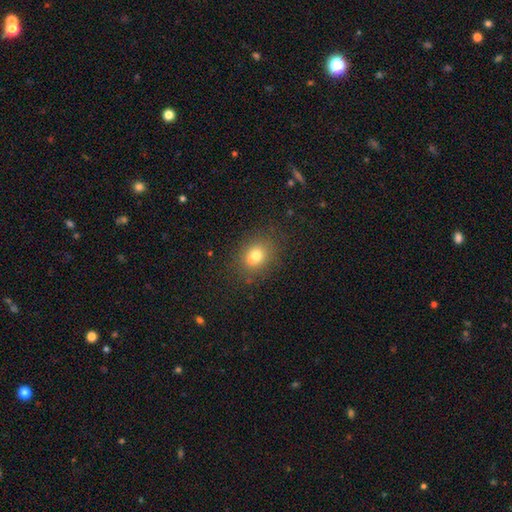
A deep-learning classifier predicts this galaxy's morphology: Overall: smooth (74%). How rounded: round (63%; in between 36%). Merging: none (75%).